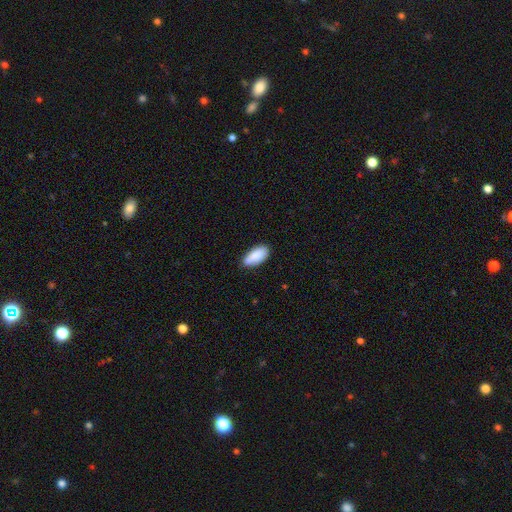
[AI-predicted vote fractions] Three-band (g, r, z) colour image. It shows a smooth galaxy with no disk features (86%) that is in between round and cigar-shaped (89%). Merging: none (76%).